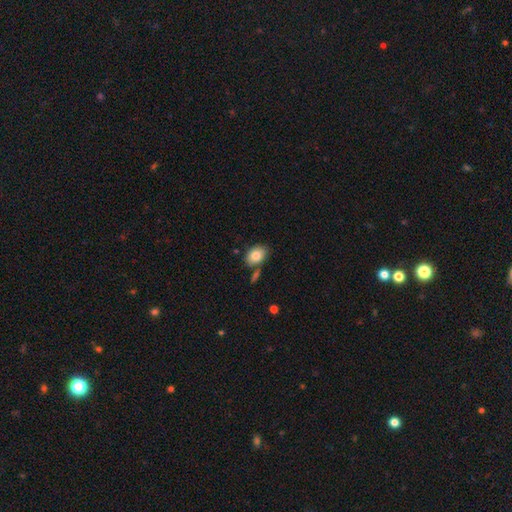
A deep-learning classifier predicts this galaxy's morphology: Overall: smooth (81%). How rounded: in between (78%). Merging: none (72%).